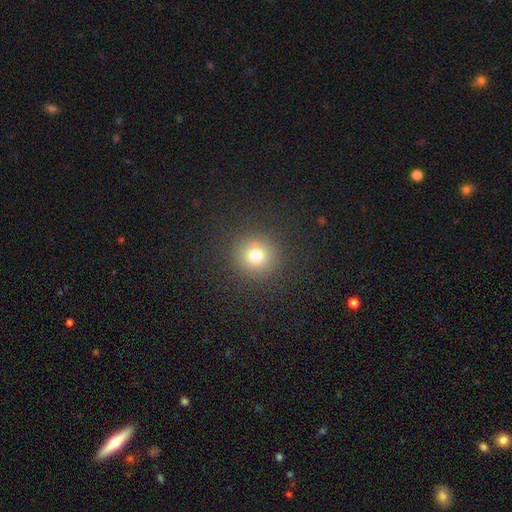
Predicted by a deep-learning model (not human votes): smooth 75%, star or artifact 17%, featured or disk 9%. Down the decision tree: how rounded — round (94%); merging — none (89%).